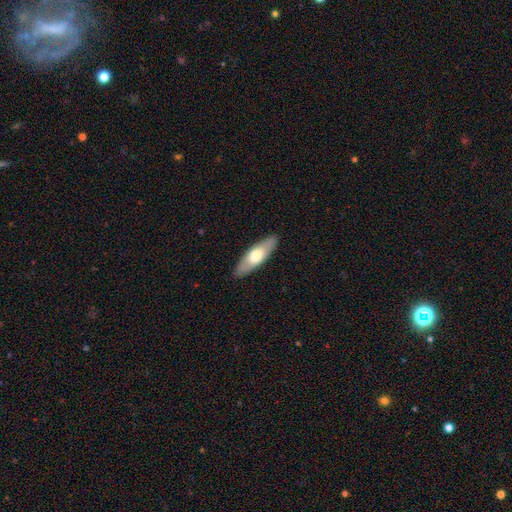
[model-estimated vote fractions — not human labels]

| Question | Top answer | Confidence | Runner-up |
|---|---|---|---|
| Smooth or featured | smooth | 58% | featured or disk (37%) |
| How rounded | in between | 52% | cigar-shaped (46%) |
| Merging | none | 88% | minor disturbance (9%) |